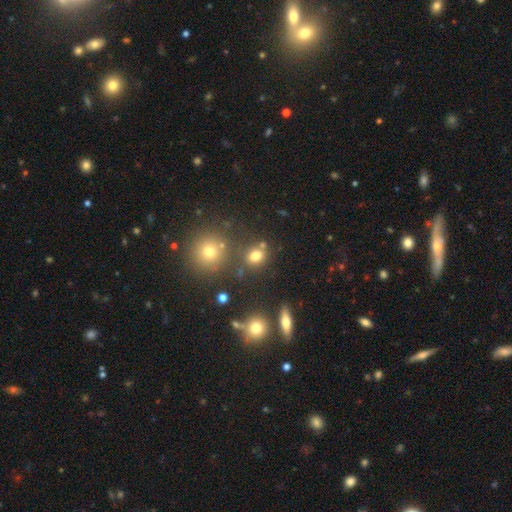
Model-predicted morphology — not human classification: Overall: smooth (72%). How rounded: round (61%; in between 38%). Merging: none (71%).